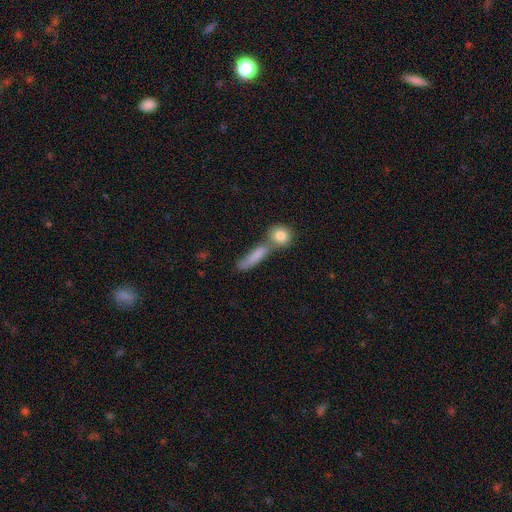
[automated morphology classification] Q: Smooth or featured?
A: smooth (78%); runner-up: featured or disk (14%)
Q: How rounded?
A: cigar-shaped (68%); runner-up: in between (24%)
Q: Merging?
A: none (51%); runner-up: merger (29%)